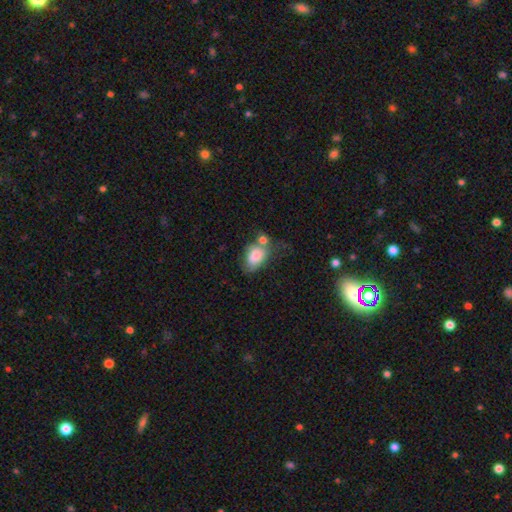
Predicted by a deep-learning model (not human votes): A smooth galaxy with no disk features (80%) that is in between round and cigar-shaped (82%). Merging: none (31%).